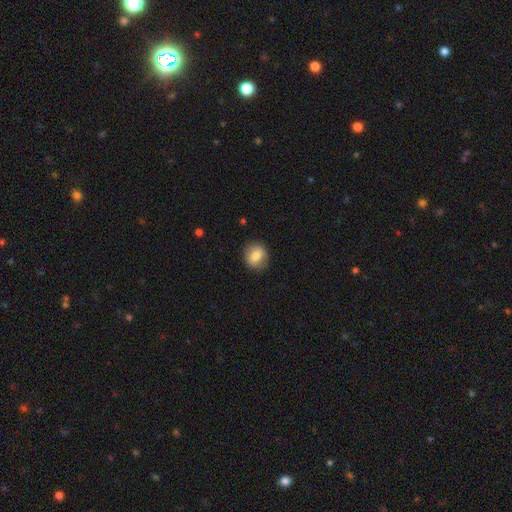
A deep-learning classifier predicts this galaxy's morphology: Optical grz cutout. It shows a smooth galaxy with no disk features (75%) that is round (76%). Merging: none (86%).